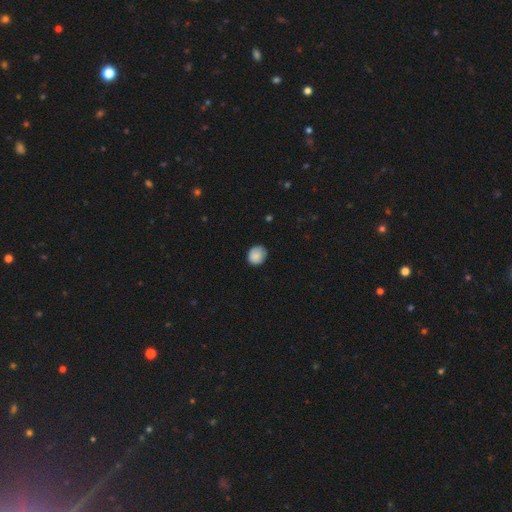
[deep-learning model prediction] Overall: smooth (87%). How rounded: round (78%). Merging: none (80%).